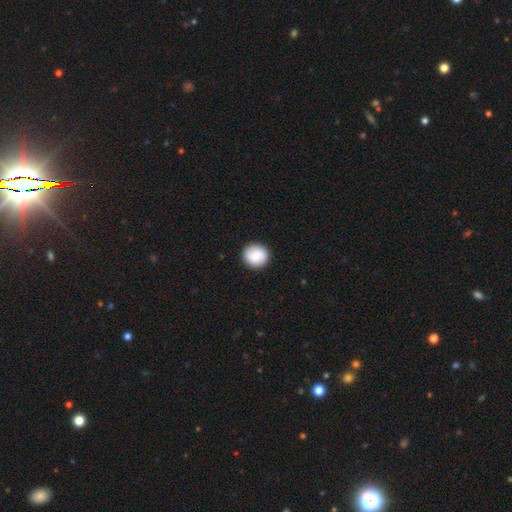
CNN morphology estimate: This is clearly a smooth galaxy (80%). How rounded: clearly round (93%). Merging: clearly none (91%).